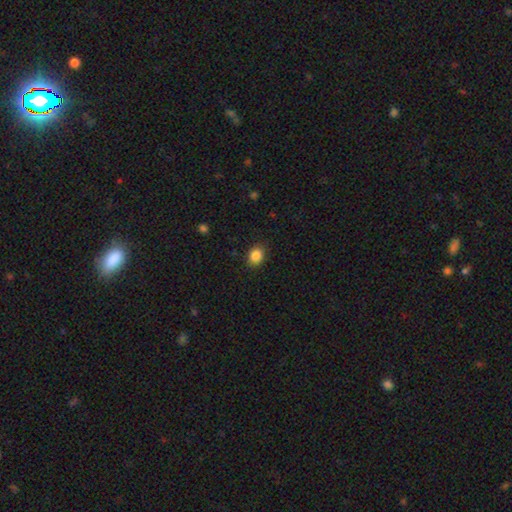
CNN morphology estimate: Smooth or featured: smooth — 86% (star or artifact — 10%)
How rounded: round — 50% (in between — 49%)
Merging: none — 87% (minor disturbance — 10%)